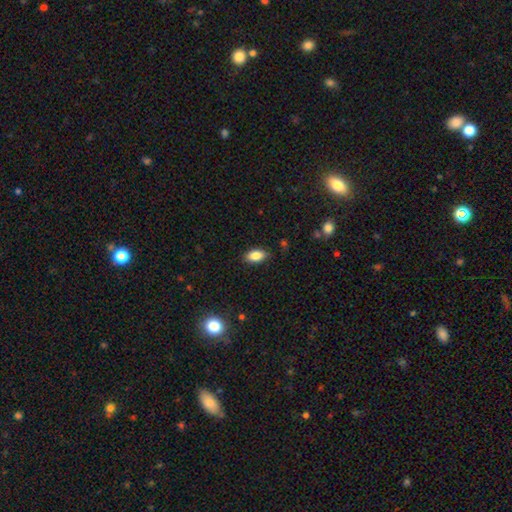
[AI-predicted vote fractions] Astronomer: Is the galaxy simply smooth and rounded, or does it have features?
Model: smooth — 85%.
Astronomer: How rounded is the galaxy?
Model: in between — 91%.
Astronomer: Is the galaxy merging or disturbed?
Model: none — 86%.